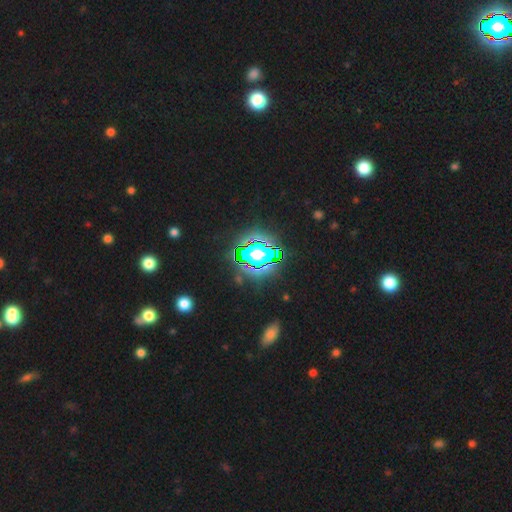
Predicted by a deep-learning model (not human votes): A star or artifact, not a galaxy (82%).